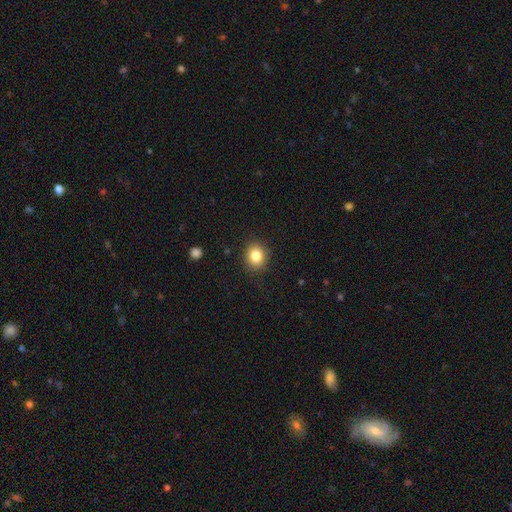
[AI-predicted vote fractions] Smooth or featured: smooth — 83% (star or artifact — 10%)
How rounded: round — 76% (in between — 24%)
Merging: none — 88% (minor disturbance — 8%)